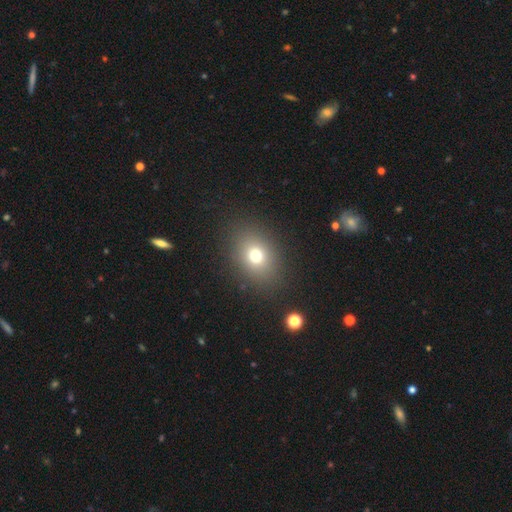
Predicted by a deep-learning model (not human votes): The model was most divided on "how rounded": in between: 58%, round: 41%, cigar-shaped: 1%. More confident: merging — none (86%); smooth or featured — smooth (73%).